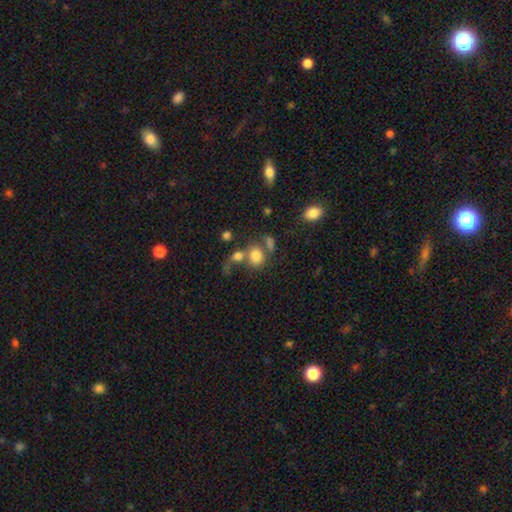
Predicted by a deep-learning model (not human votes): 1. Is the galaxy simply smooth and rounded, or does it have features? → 75% smooth, 14% featured or disk, 12% star or artifact.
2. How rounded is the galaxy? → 54% round, 44% in between, 1% cigar-shaped.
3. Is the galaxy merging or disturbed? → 43% merger, 33% none, 13% major disturbance, 11% minor disturbance.